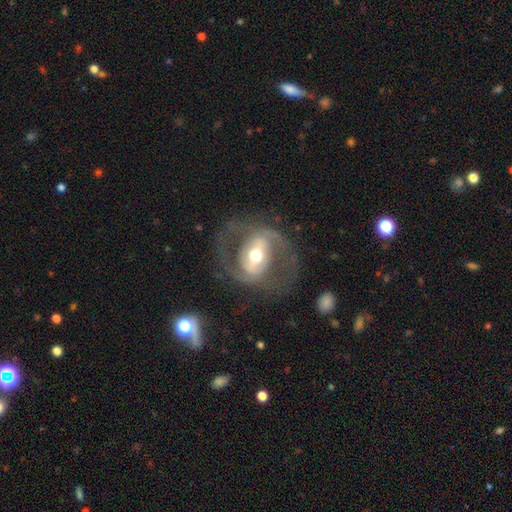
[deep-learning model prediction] smooth-or-featured: featured or disk: 79% | smooth: 15% | star or artifact: 5%
  disk-edge-on: no: 95% | yes: 5%
    bar: strong: 46% | weak: 31% | no: 23%
    has-spiral-arms: yes: 67% | no: 33%
      spiral-winding: medium: 50% | loose: 26% | tight: 24%
      spiral-arm-count: 2: 84% | can't tell: 9% | 1: 4% | 3: 2% | 4: 1% | more than 4: 1%
    bulge-size: moderate: 69% | large: 14% | small: 14% | dominant: 2% | none: 1%
  merging: none: 68% | major disturbance: 17% | minor disturbance: 13% | merger: 2%